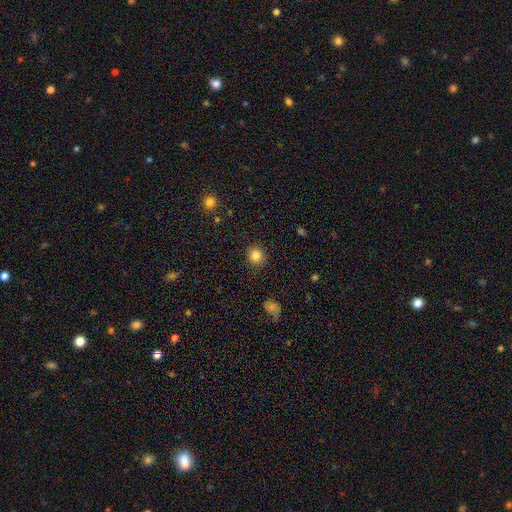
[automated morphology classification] type=smooth (84%); roundness=round (90%); merging=none (90%).